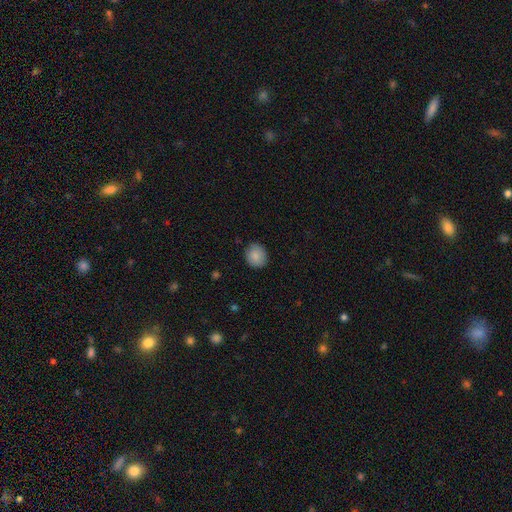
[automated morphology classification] This appears to be a smooth galaxy with no disk features (87%) that is round (75%). Merging: none (86%).